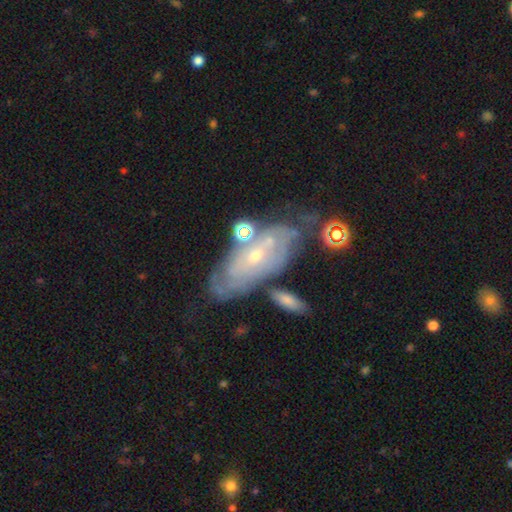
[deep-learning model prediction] Smooth or featured: featured or disk — 76% (smooth — 17%)
Edge-on disk: no — 89% (yes — 11%)
Bar: no — 64% (weak — 27%)
Spiral arms: yes — 76% (no — 24%)
Spiral winding: tight — 69% (medium — 23%)
Spiral arm count: can't tell — 64% (2 — 17%)
Bulge size: small — 71% (moderate — 26%)
Merging: none — 56% (minor disturbance — 22%)